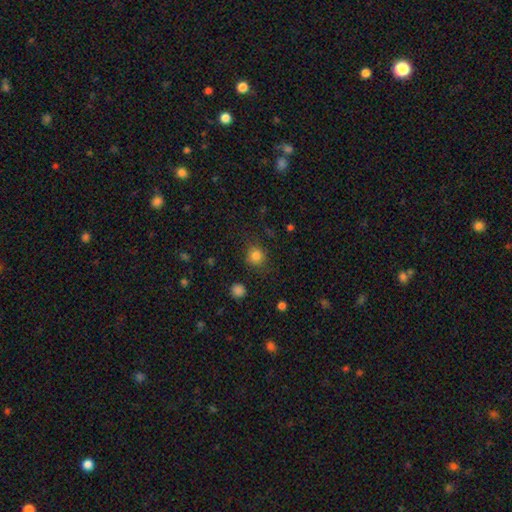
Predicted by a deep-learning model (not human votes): Overall: smooth (82%). How rounded: round (87%). Merging: none (79%).